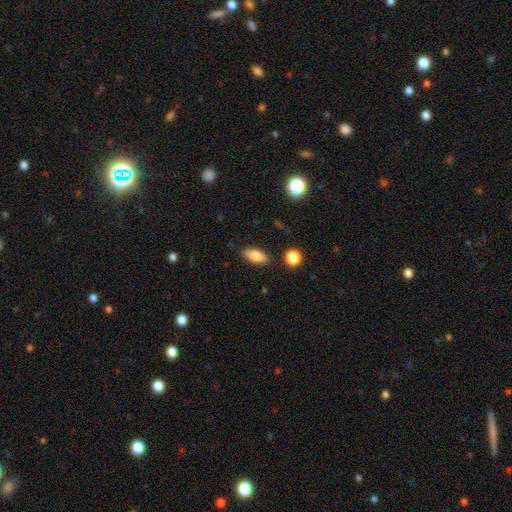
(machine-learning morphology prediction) Q: Smooth or featured?
A: smooth (81%); runner-up: featured or disk (11%)
Q: How rounded?
A: in between (86%); runner-up: cigar-shaped (10%)
Q: Merging?
A: none (87%); runner-up: minor disturbance (9%)